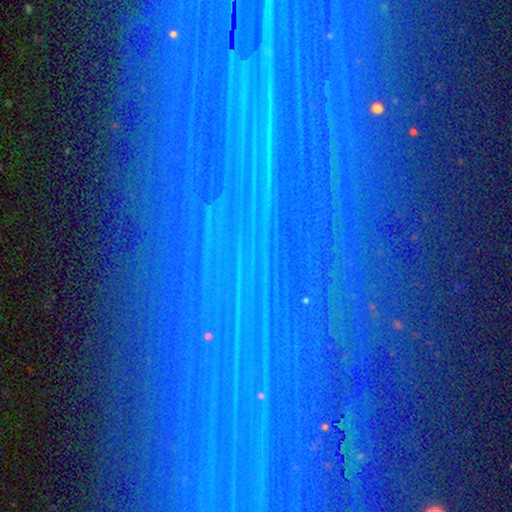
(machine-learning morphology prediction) The model was most divided on "smooth or featured": star or artifact: 86%, featured or disk: 8%, smooth: 7%.